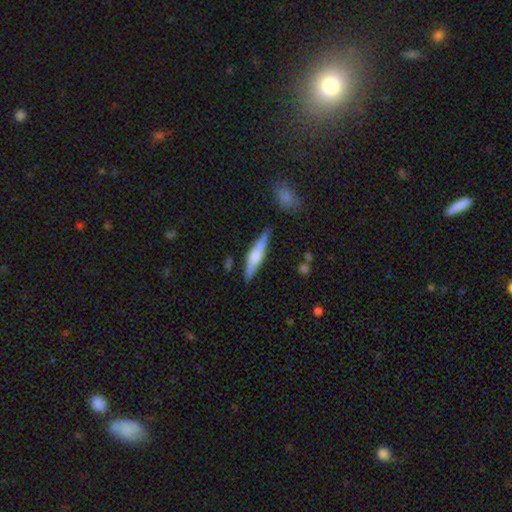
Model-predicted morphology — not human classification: smooth-or-featured: featured or disk: 49% | smooth: 46% | star or artifact: 6%
  merging: none: 81% | minor disturbance: 13% | merger: 3% | major disturbance: 3%